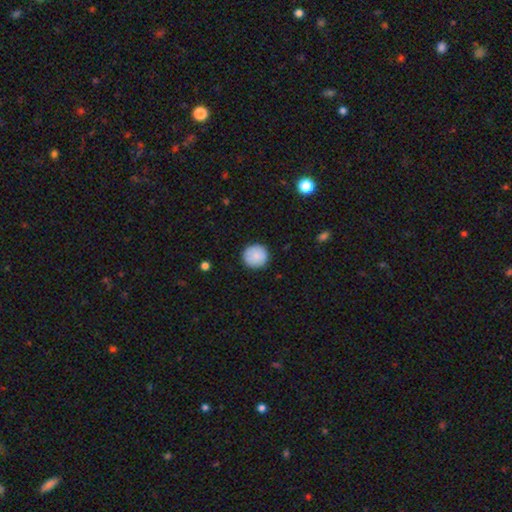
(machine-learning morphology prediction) This is clearly a smooth galaxy (87%). How rounded: clearly round (94%). Merging: clearly none (90%).